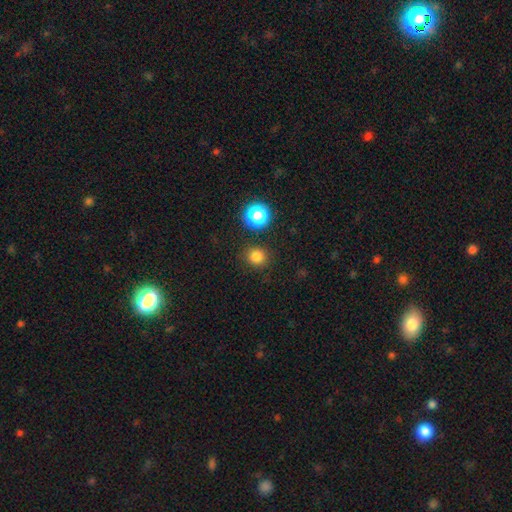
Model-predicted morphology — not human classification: Q: Smooth or featured?
A: smooth (80%); runner-up: star or artifact (16%)
Q: How rounded?
A: round (91%); runner-up: in between (8%)
Q: Merging?
A: none (88%); runner-up: minor disturbance (7%)